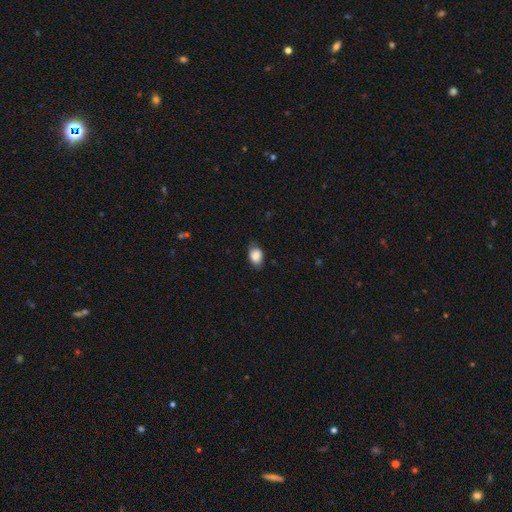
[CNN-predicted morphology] smooth_or_featured: smooth (p=0.86) [alt: star or artifact p=0.08]
how_rounded: in between (p=0.81) [alt: round p=0.17]
merging: none (p=0.77) [alt: minor disturbance p=0.19]